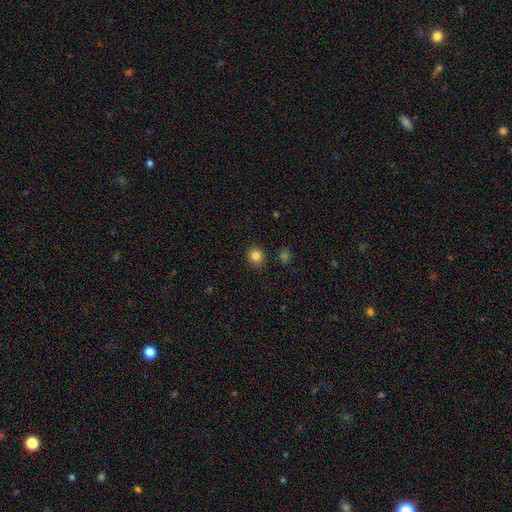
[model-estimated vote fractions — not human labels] Smooth or featured? Predicted: smooth (p=0.83). How rounded? Predicted: round (p=0.81). Merging? Predicted: none (p=0.89).